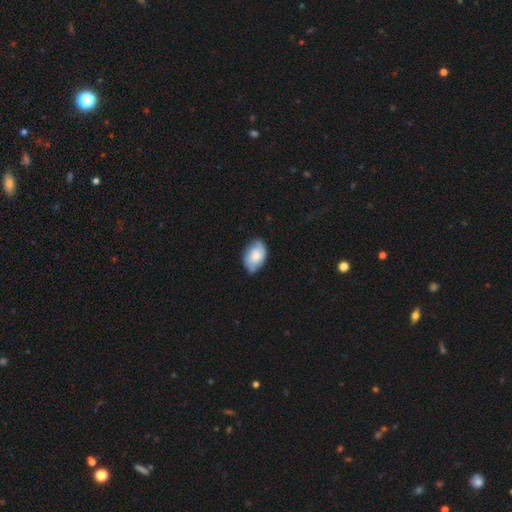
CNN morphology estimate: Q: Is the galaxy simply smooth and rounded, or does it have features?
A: smooth — 68%.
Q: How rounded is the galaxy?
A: in between — 89%.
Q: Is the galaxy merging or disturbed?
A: none — 69%.